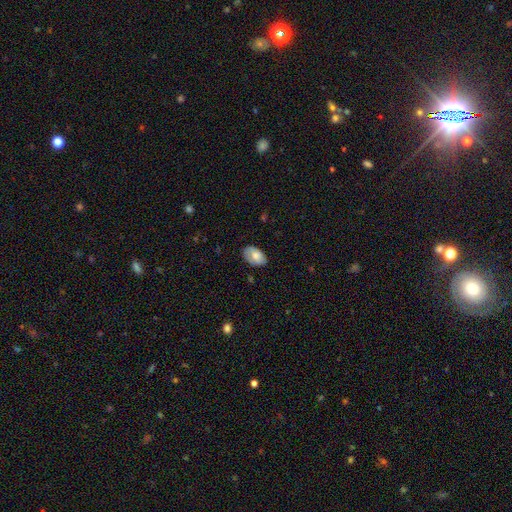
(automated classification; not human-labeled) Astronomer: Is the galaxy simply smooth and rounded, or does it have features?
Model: smooth — 69%.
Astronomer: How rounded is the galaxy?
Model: in between — 91%.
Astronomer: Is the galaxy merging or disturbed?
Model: none — 76%.